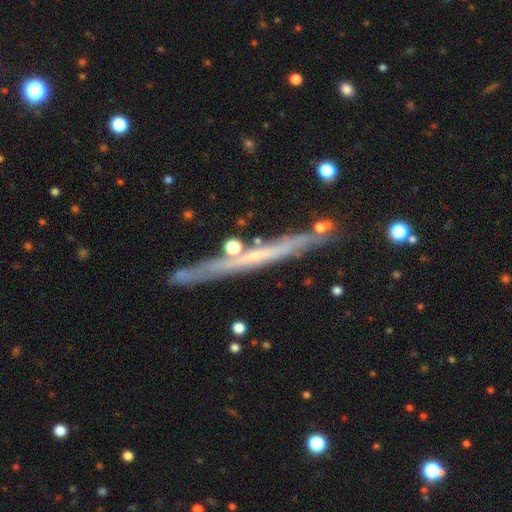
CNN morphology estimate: Overall: featured or disk (67%). Edge-on disk: yes (95%). Edge-on bulge: none (78%). Merging: none (84%).